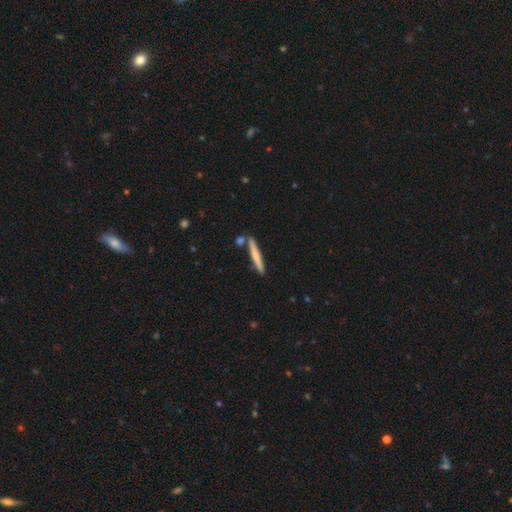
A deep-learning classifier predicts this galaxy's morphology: Smooth or featured? Predicted: smooth (p=0.64). How rounded? Predicted: cigar-shaped (p=0.95). Merging? Predicted: none (p=0.80).